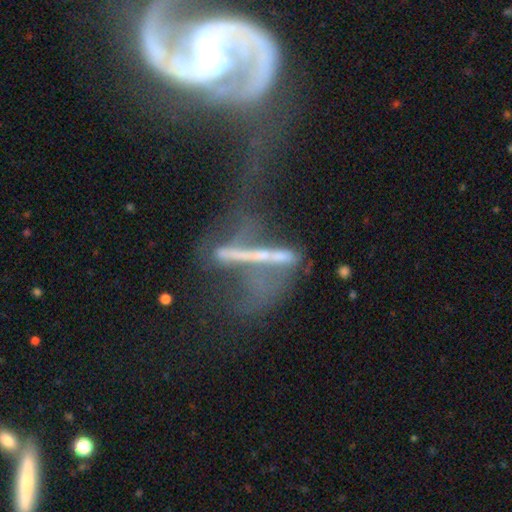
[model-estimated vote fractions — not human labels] Morphology: type=featured or disk (65%); edge-on=no (54%); merging=merger (43%).